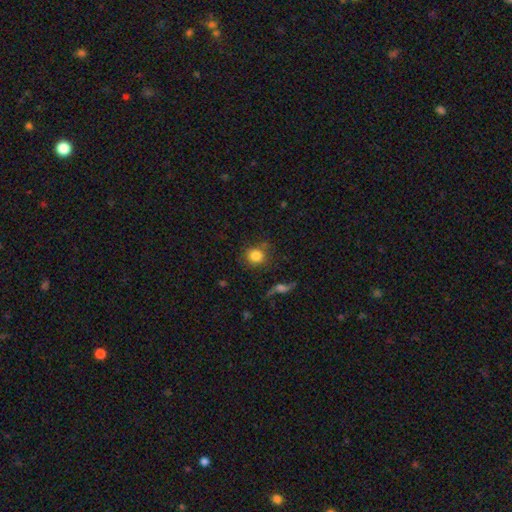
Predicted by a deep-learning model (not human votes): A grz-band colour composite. It shows a smooth galaxy with no disk features (82%) that is round (88%). Merging: none (78%).